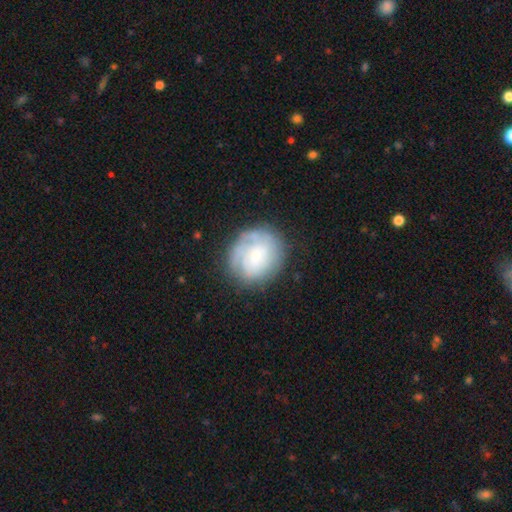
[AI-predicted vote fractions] Morphology: type=featured or disk (48%); merging=none (69%).